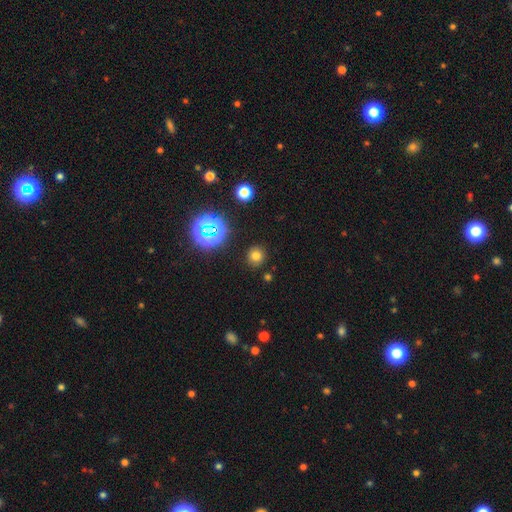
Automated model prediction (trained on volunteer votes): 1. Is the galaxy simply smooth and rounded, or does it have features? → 71% smooth, 22% star or artifact, 7% featured or disk.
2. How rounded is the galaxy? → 89% round, 10% in between, 1% cigar-shaped.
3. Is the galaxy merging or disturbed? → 88% none, 7% minor disturbance, 3% major disturbance, 2% merger.